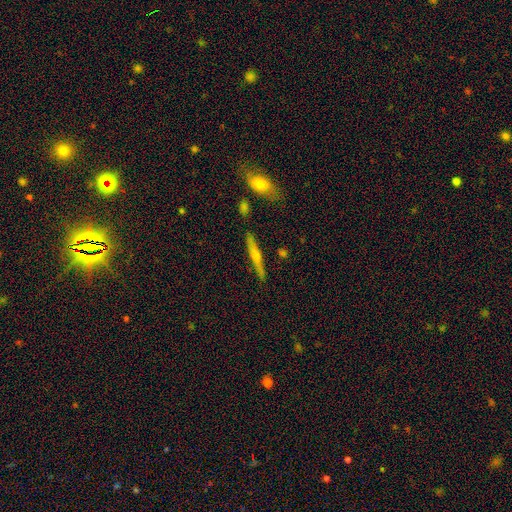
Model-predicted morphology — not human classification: A featured or disk galaxy (59%) viewed edge-on (96%) with a rounded central bulge (86%). Merging: none (85%).